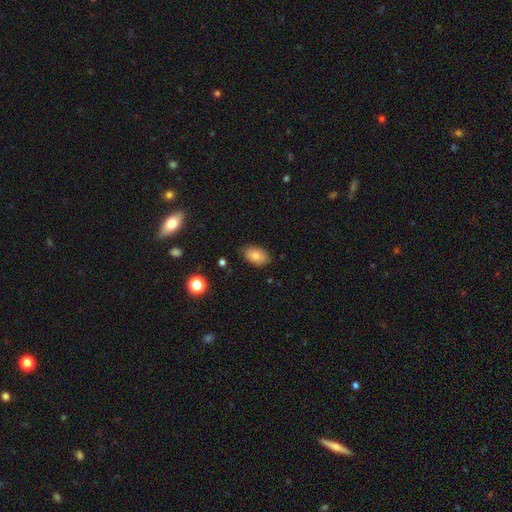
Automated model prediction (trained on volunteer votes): smooth_or_featured: smooth (p=0.80) [alt: featured or disk p=0.11]
how_rounded: in between (p=0.89) [alt: round p=0.10]
merging: none (p=0.82) [alt: minor disturbance p=0.14]